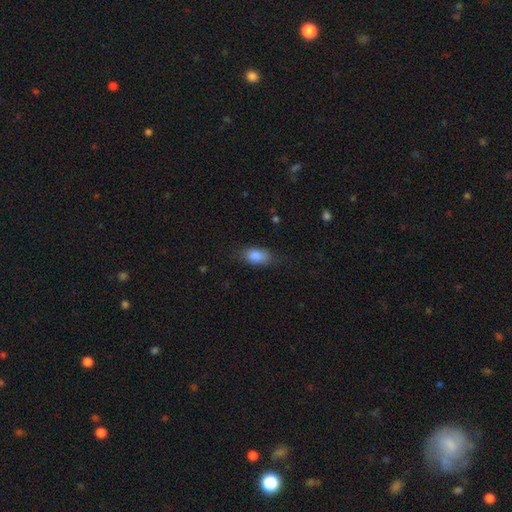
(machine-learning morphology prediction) Smooth or featured?
  - smooth: 85% *
  - featured or disk: 7%
  - star or artifact: 7%
How rounded?
  - in between: 89% *
  - round: 7%
  - cigar-shaped: 5%
Merging?
  - none: 71% *
  - minor disturbance: 21%
  - major disturbance: 7%
  - merger: 1%